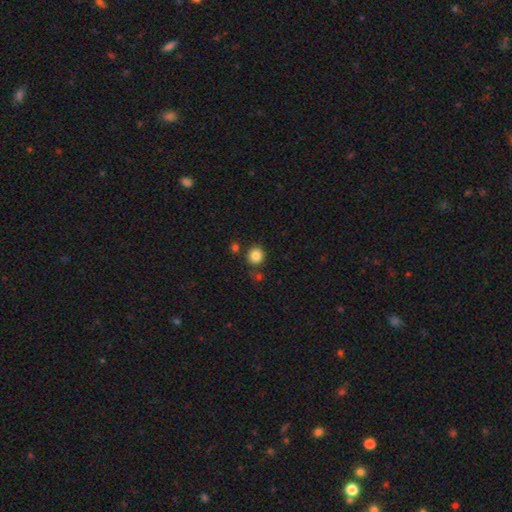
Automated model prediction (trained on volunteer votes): smooth 86%, star or artifact 10%, featured or disk 4%. Down the decision tree: how rounded — round (90%); merging — none (81%).